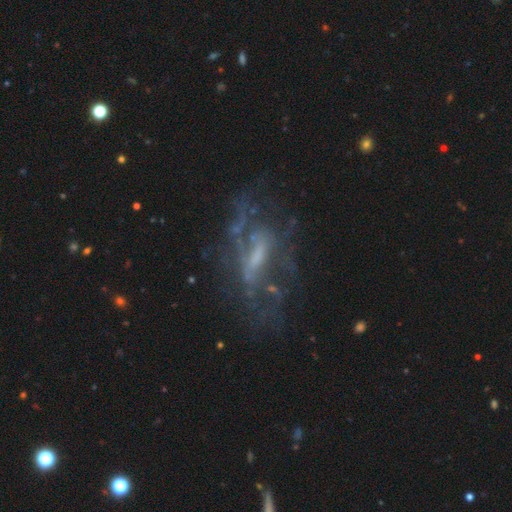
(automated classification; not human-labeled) Smooth or featured? featured or disk (73%)
Edge-on disk? no (88%)
Bar? weak (40%)
Spiral arms? yes (54%)
Bulge size? small (43%)
Merging? none (54%)